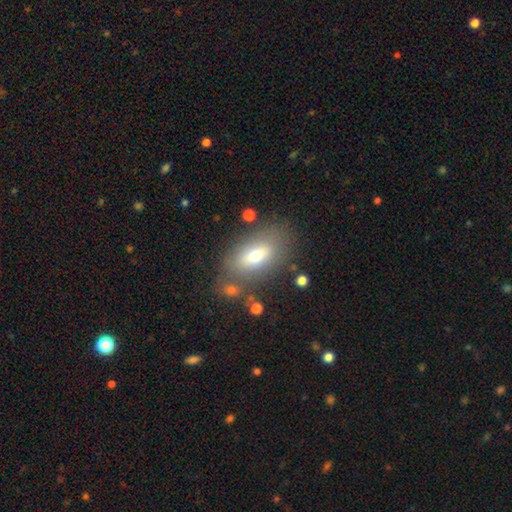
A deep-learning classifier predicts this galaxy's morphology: A smooth galaxy with no disk features (67%) that is in between round and cigar-shaped (87%).

Vote fractions:
- Smooth or featured? smooth: 67% / featured or disk: 24% / star or artifact: 10%
- How rounded? in between: 87% / cigar-shaped: 7% / round: 6%
- Merging? none: 71% / minor disturbance: 15% / merger: 8% / major disturbance: 7%